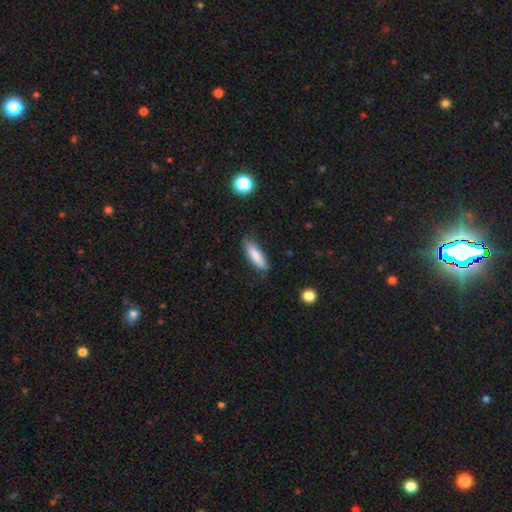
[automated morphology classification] Q: Smooth or featured?
A: smooth (86%); runner-up: featured or disk (8%)
Q: How rounded?
A: cigar-shaped (54%); runner-up: in between (44%)
Q: Merging?
A: none (83%); runner-up: minor disturbance (13%)